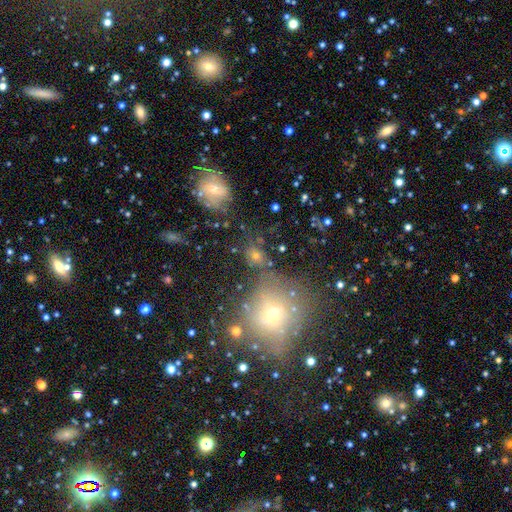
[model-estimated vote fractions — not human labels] Q: Smooth or featured?
A: smooth (49%); runner-up: star or artifact (33%)
Q: Merging?
A: none (65%); runner-up: merger (14%)